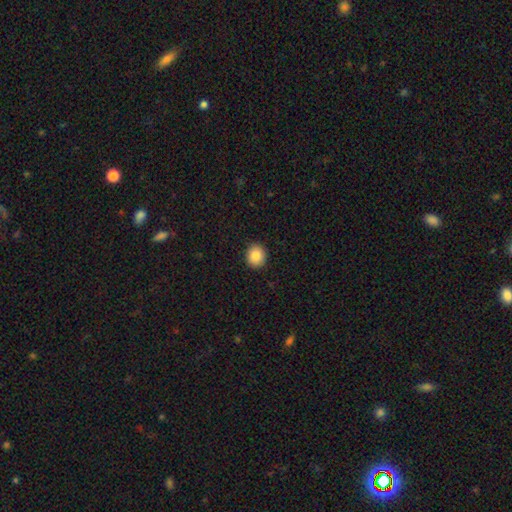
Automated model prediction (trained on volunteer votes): Q: Smooth or featured?
A: smooth (86%); runner-up: star or artifact (9%)
Q: How rounded?
A: round (79%); runner-up: in between (20%)
Q: Merging?
A: none (91%); runner-up: minor disturbance (6%)